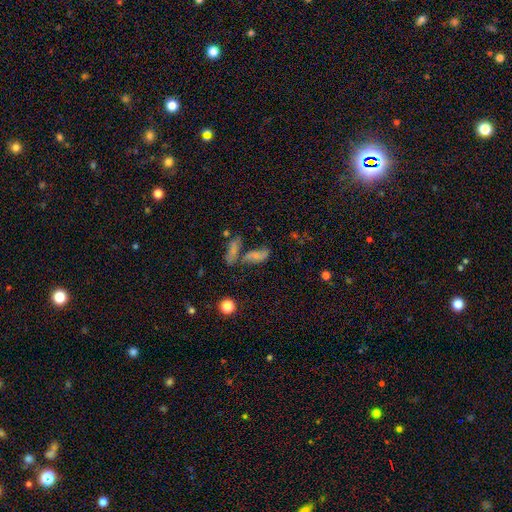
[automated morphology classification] Smooth or featured? Predicted: smooth (p=0.60). How rounded? Predicted: in between (p=0.72). Merging? Predicted: none (p=0.37).